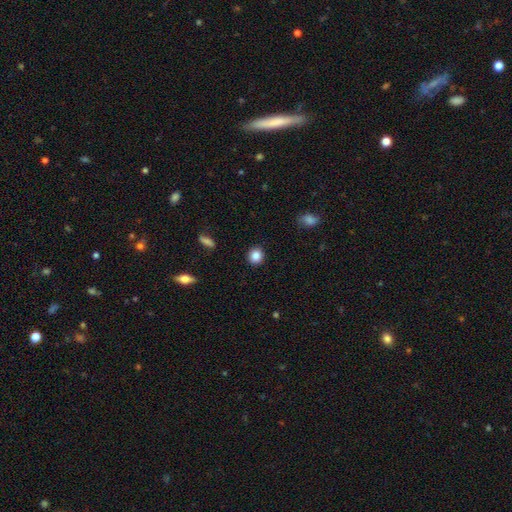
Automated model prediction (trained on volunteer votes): smooth_or_featured: smooth (p=0.86) [alt: star or artifact p=0.10]
how_rounded: round (p=0.84) [alt: in between p=0.15]
merging: none (p=0.91) [alt: minor disturbance p=0.06]